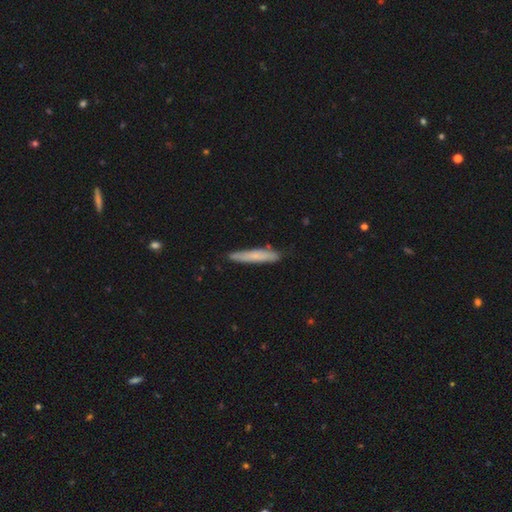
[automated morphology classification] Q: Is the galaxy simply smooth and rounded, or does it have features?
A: smooth — 68%.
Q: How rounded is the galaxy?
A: cigar-shaped — 93%.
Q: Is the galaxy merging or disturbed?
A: none — 84%.